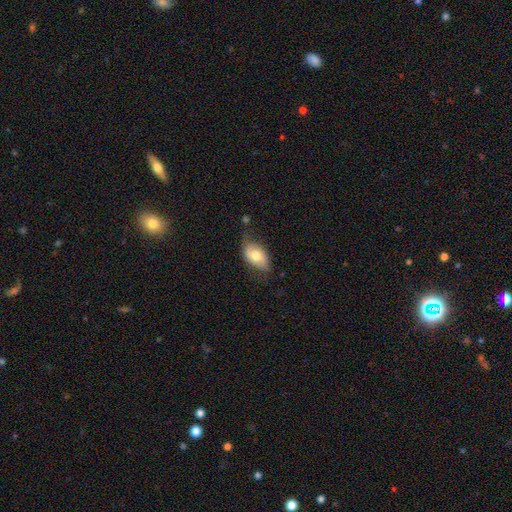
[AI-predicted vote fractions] Smooth or featured: smooth — 68% (featured or disk — 26%)
How rounded: in between — 92% (round — 6%)
Merging: none — 63% (minor disturbance — 28%)